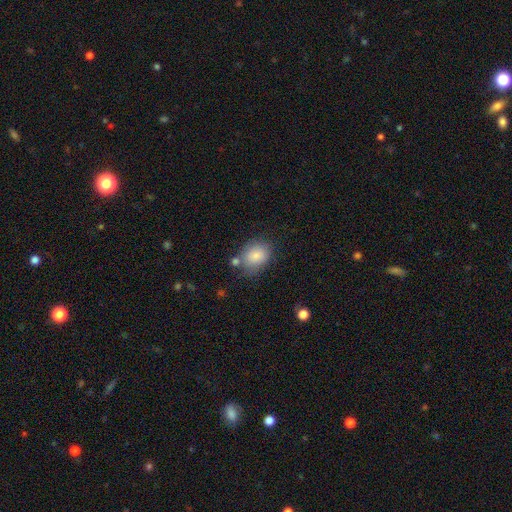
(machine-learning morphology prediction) The model was most divided on "how rounded": round: 50%, in between: 49%, cigar-shaped: 1%. More confident: smooth or featured — smooth (81%); merging — none (62%).